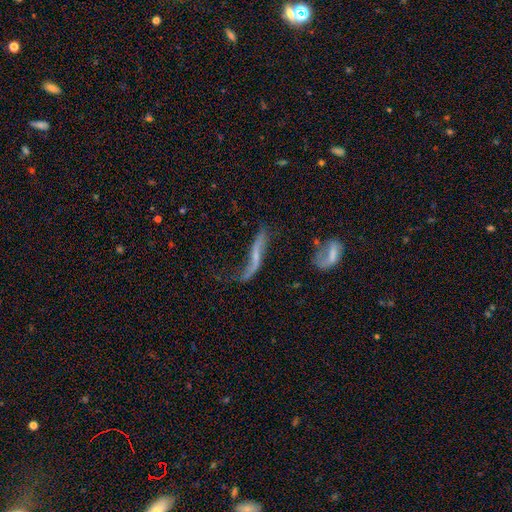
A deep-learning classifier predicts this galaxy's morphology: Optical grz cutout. It shows a featured or disk galaxy (67%). Merging: none (35%).